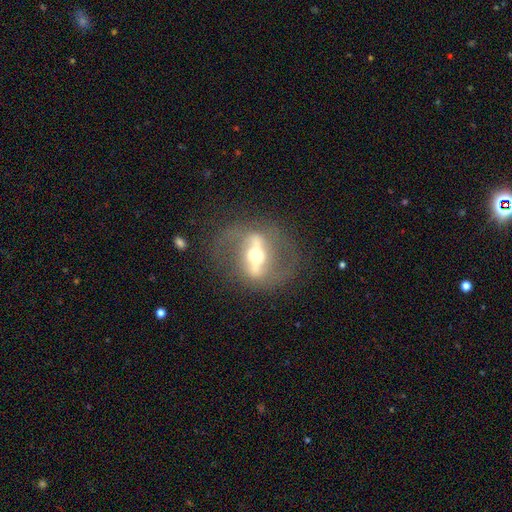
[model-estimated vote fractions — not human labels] Smooth or featured: featured or disk — 83% (smooth — 11%)
Edge-on disk: no — 80% (yes — 20%)
Bar: strong — 74% (weak — 16%)
Spiral arms: yes — 60% (no — 40%)
Bulge size: moderate — 67% (small — 18%)
Merging: none — 73% (minor disturbance — 13%)